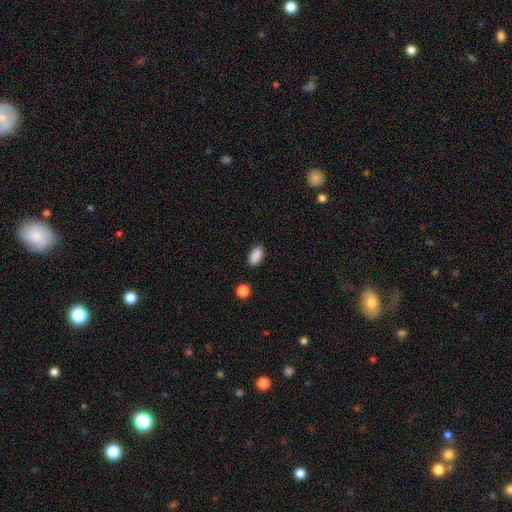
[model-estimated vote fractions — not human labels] Smooth or featured?
  - smooth: 89% *
  - star or artifact: 8%
  - featured or disk: 3%
How rounded?
  - in between: 91% *
  - cigar-shaped: 5%
  - round: 4%
Merging?
  - none: 87% *
  - minor disturbance: 9%
  - major disturbance: 2%
  - merger: 2%